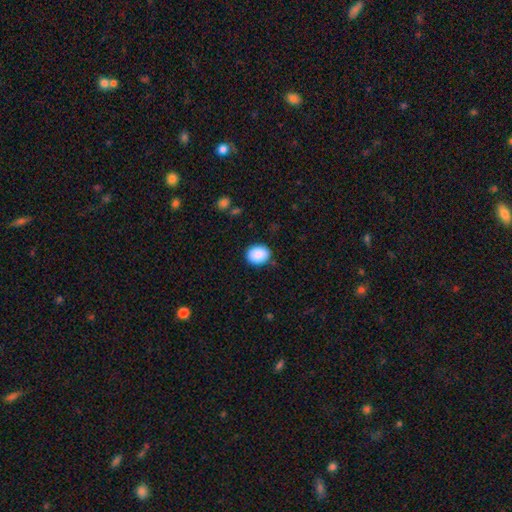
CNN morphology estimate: Overall: smooth (88%). How rounded: in between (54%; round 45%). Merging: none (85%).